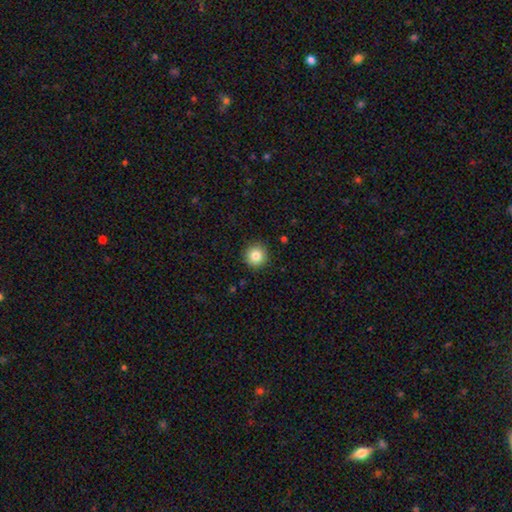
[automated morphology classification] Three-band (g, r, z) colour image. It shows a smooth galaxy with no disk features (84%) that is round (95%). Merging: none (91%).